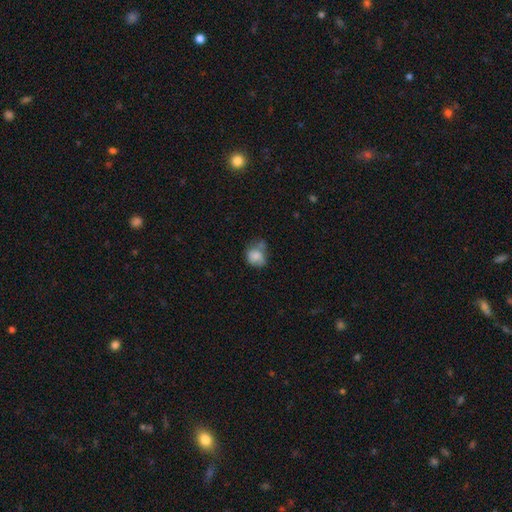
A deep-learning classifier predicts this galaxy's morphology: A smooth galaxy with no disk features (74%) that is round (57%).

Vote fractions:
- Smooth or featured? smooth: 74% / featured or disk: 17% / star or artifact: 10%
- How rounded? round: 57% / in between: 42% / cigar-shaped: 1%
- Merging? none: 33% / minor disturbance: 29% / merger: 20% / major disturbance: 18%